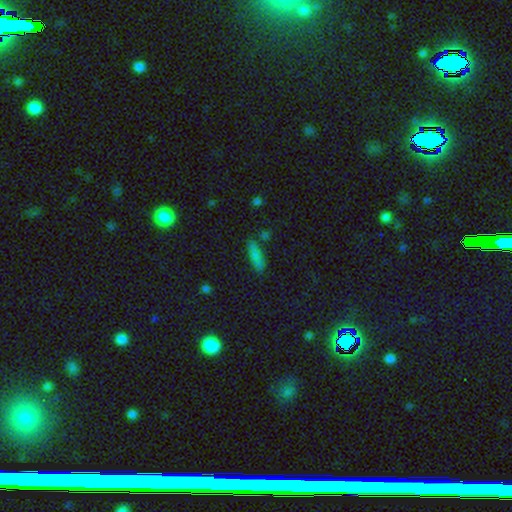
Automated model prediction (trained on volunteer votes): A smooth galaxy with no disk features (79%) that is cigar-shaped (60%).

Vote fractions:
- Smooth or featured? smooth: 79% / star or artifact: 11% / featured or disk: 10%
- How rounded? cigar-shaped: 60% / in between: 37% / round: 3%
- Merging? none: 81% / minor disturbance: 13% / merger: 4% / major disturbance: 3%